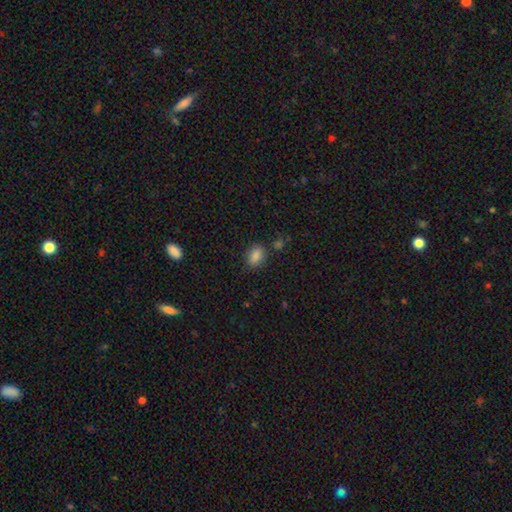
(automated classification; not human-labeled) smooth_or_featured: smooth (p=0.85) [alt: star or artifact p=0.11]
how_rounded: in between (p=0.71) [alt: round p=0.27]
merging: none (p=0.78) [alt: minor disturbance p=0.13]